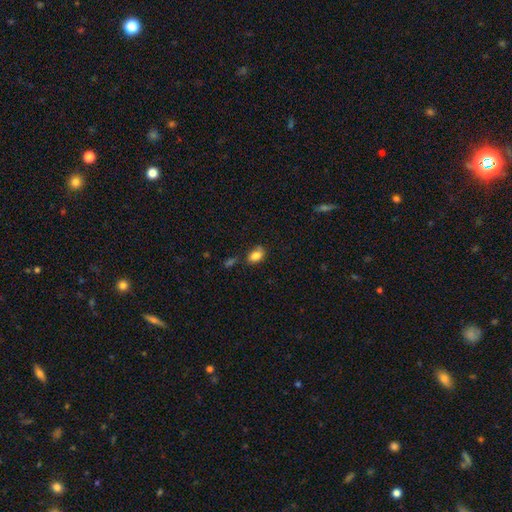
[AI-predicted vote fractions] This is clearly a smooth galaxy (82%). How rounded: clearly in between (86%). Merging: possibly none (57%).